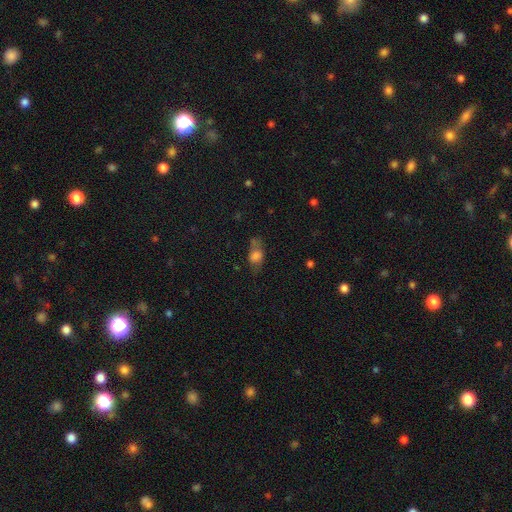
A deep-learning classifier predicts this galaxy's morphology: This is likely a smooth galaxy (67%). How rounded: likely in between (76%). Merging: possibly none (46%).